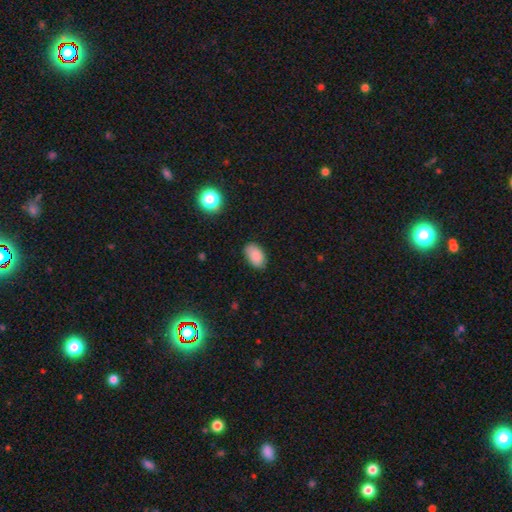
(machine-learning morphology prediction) Smooth or featured? smooth (87%)
How rounded? in between (93%)
Merging? none (82%)